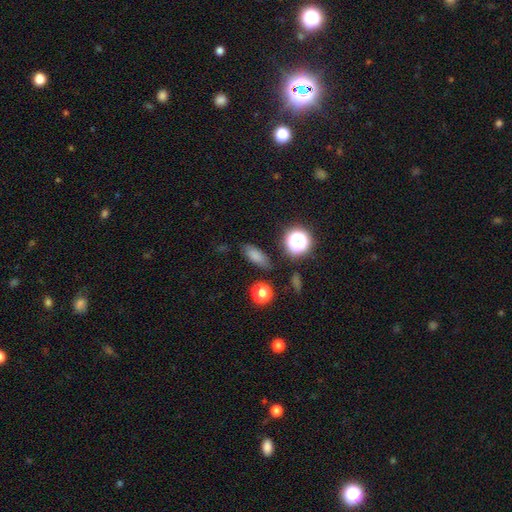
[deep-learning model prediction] Smooth or featured: smooth — 75% (star or artifact — 16%)
How rounded: in between — 69% (cigar-shaped — 20%)
Merging: none — 79% (minor disturbance — 14%)